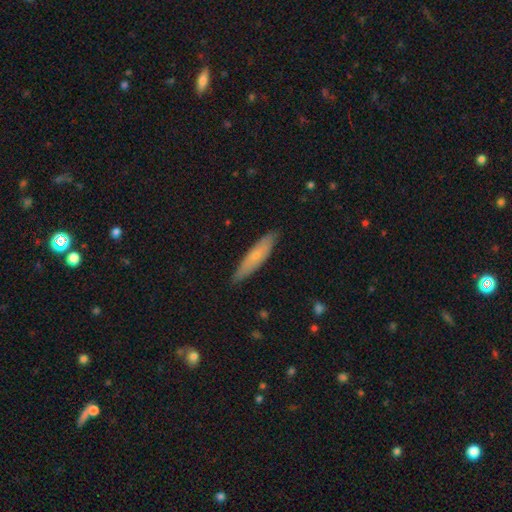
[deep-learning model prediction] Overall: smooth (59%; featured or disk 36%). How rounded: cigar-shaped (79%). Merging: none (86%).